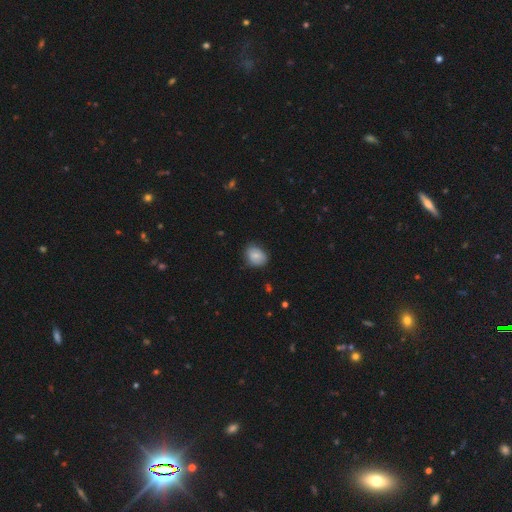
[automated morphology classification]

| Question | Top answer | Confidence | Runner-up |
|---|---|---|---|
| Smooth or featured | smooth | 76% | featured or disk (16%) |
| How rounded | in between | 63% | round (36%) |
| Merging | none | 72% | minor disturbance (23%) |